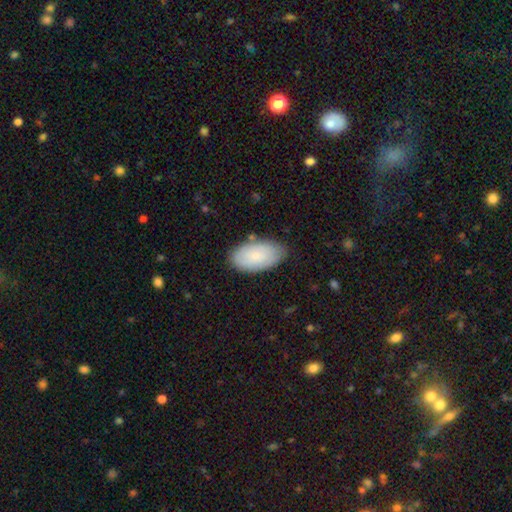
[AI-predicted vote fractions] Smooth or featured?
  - smooth: 78% *
  - featured or disk: 16%
  - star or artifact: 6%
How rounded?
  - in between: 95% *
  - round: 3%
  - cigar-shaped: 2%
Merging?
  - none: 77% *
  - minor disturbance: 18%
  - major disturbance: 3%
  - merger: 2%